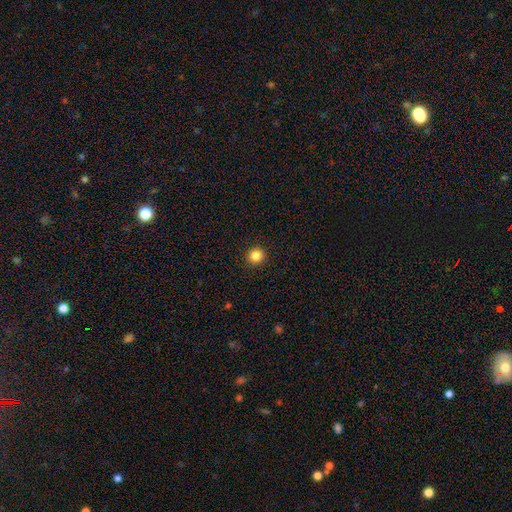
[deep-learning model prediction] A smooth galaxy with no disk features (86%) that is round (93%).

Vote fractions:
- Smooth or featured? smooth: 86% / star or artifact: 11% / featured or disk: 3%
- How rounded? round: 93% / in between: 6% / cigar-shaped: 1%
- Merging? none: 92% / minor disturbance: 5% / major disturbance: 2% / merger: 1%